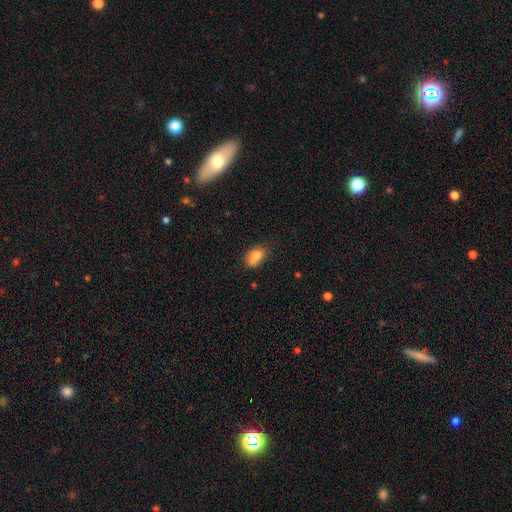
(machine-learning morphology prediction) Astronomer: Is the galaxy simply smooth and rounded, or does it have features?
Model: smooth — 73%.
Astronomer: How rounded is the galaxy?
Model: in between — 75%.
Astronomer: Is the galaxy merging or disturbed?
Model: none — 41% (runner-up: merger, 33%).